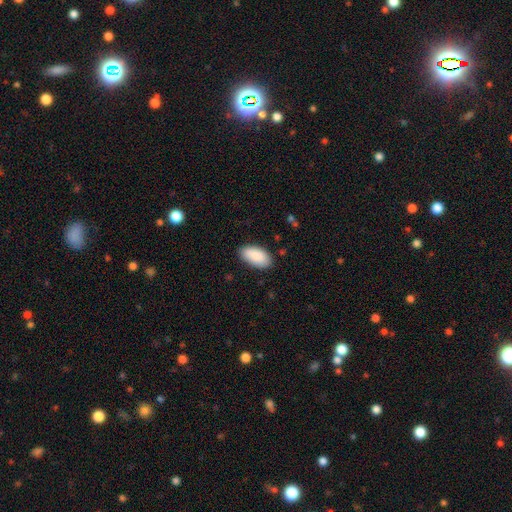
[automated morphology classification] The model was most divided on "merging": none: 84%, minor disturbance: 13%, major disturbance: 2%, merger: 1%. More confident: how rounded — in between (95%); smooth or featured — smooth (90%).